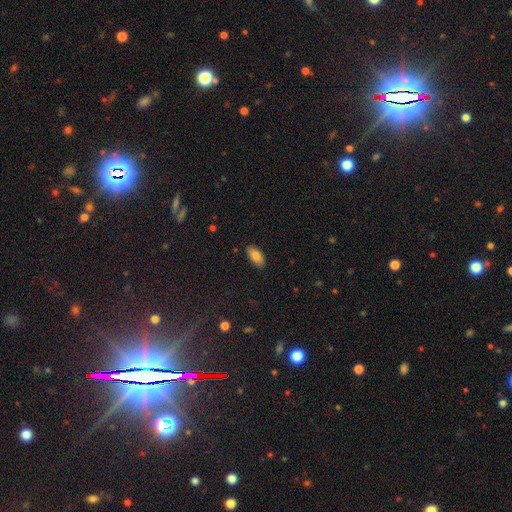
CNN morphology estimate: smooth-or-featured: smooth: 83% | featured or disk: 9% | star or artifact: 7%
  how-rounded: in between: 92% | cigar-shaped: 6% | round: 2%
  merging: none: 87% | minor disturbance: 10% | major disturbance: 2% | merger: 1%